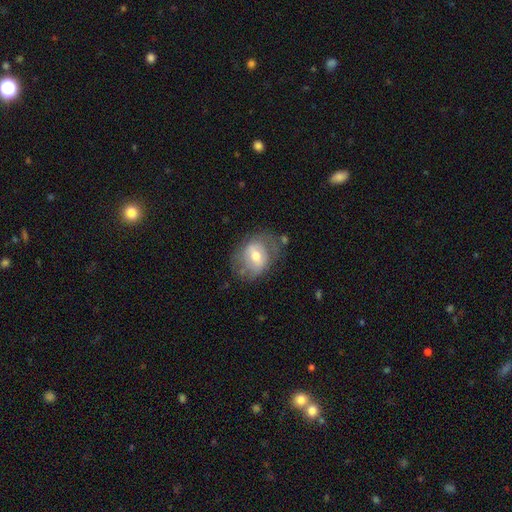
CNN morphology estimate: smooth_or_featured: featured or disk (p=0.48) [alt: smooth p=0.45]
merging: none (p=0.57) [alt: minor disturbance p=0.25]